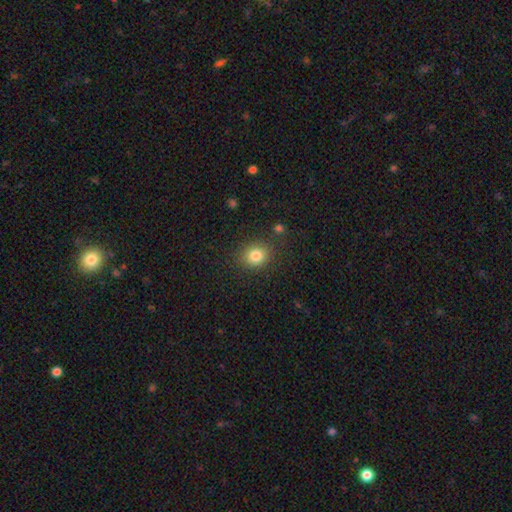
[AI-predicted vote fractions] Smooth or featured? smooth (82%)
How rounded? round (73%)
Merging? none (85%)